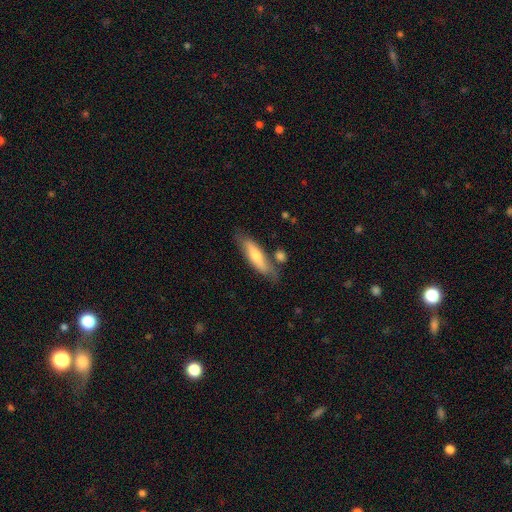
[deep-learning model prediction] Smooth or featured? Predicted: smooth (p=0.58). How rounded? Predicted: cigar-shaped (p=0.66). Merging? Predicted: none (p=0.67).